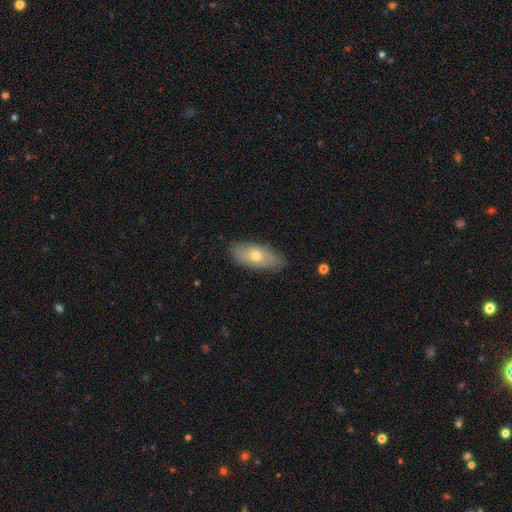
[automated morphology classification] This is possibly a smooth galaxy (59%). How rounded: clearly in between (83%). Merging: clearly none (81%).